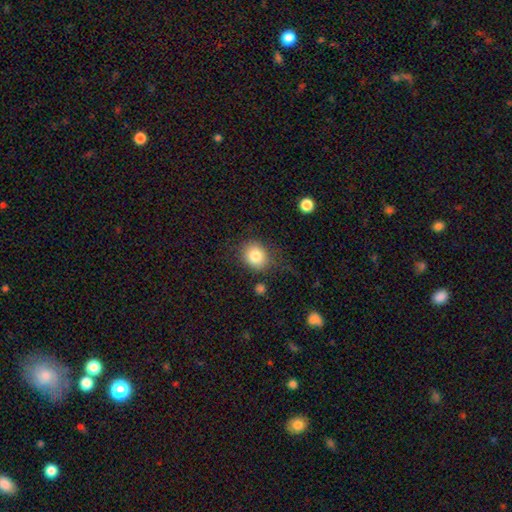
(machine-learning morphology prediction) Smooth or featured?
  - smooth: 82% *
  - star or artifact: 10%
  - featured or disk: 8%
How rounded?
  - round: 70% *
  - in between: 29%
  - cigar-shaped: 1%
Merging?
  - none: 78% *
  - minor disturbance: 14%
  - major disturbance: 5%
  - merger: 3%